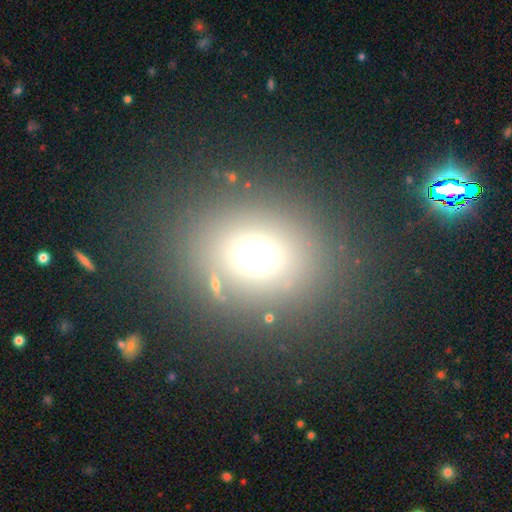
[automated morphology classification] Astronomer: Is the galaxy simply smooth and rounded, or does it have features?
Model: smooth — 67%.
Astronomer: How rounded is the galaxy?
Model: round — 62% (runner-up: in between, 37%).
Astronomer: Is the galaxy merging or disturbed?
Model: none — 82%.